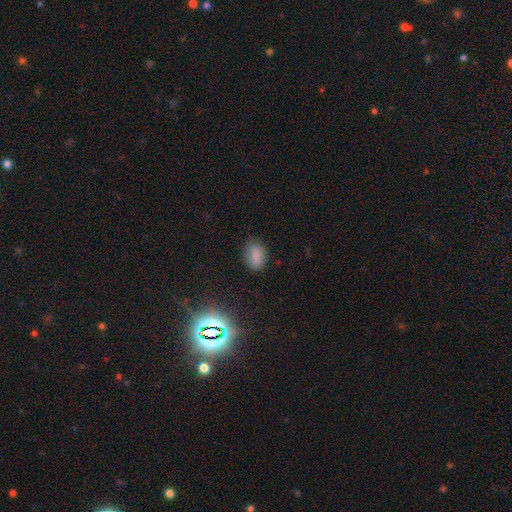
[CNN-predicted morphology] Smooth or featured? Predicted: smooth (p=0.81). How rounded? Predicted: in between (p=0.85). Merging? Predicted: none (p=0.77).